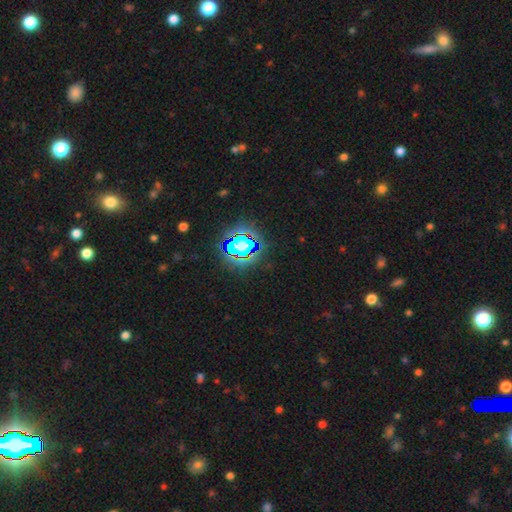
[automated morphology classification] This is clearly a star or artifact rather than a galaxy (80%).